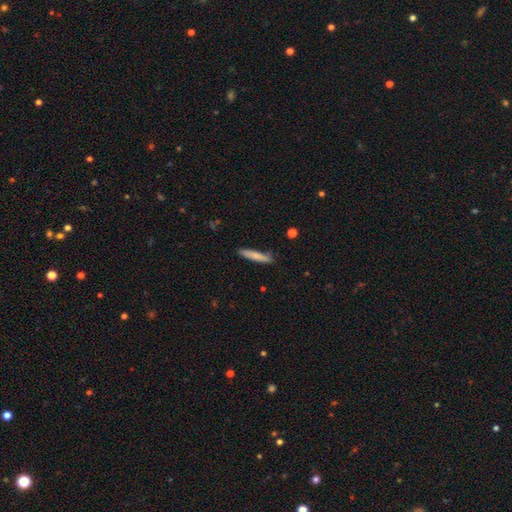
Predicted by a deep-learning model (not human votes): Morphology: type=smooth (77%); roundness=cigar-shaped (91%); merging=none (82%).